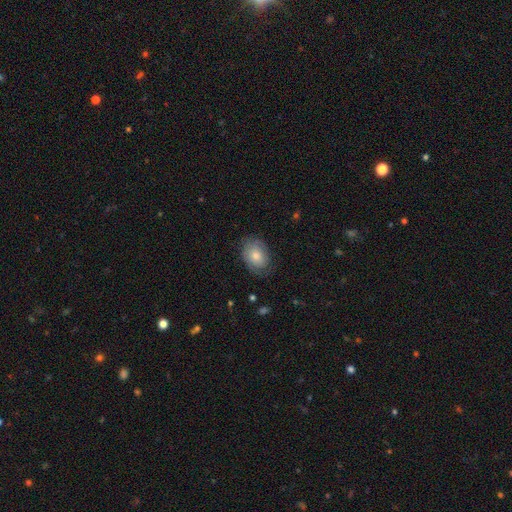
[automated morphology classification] smooth-or-featured: smooth: 64% | featured or disk: 29% | star or artifact: 7%
  how-rounded: in between: 73% | round: 26% | cigar-shaped: 1%
  merging: none: 70% | minor disturbance: 21% | major disturbance: 8% | merger: 1%